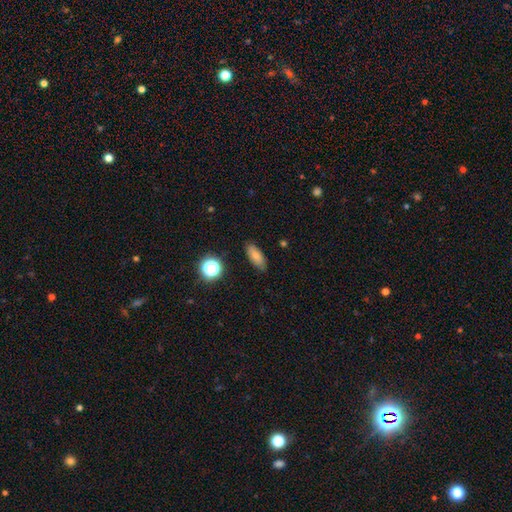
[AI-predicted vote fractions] Overall: smooth (76%). How rounded: in between (78%). Merging: none (84%).